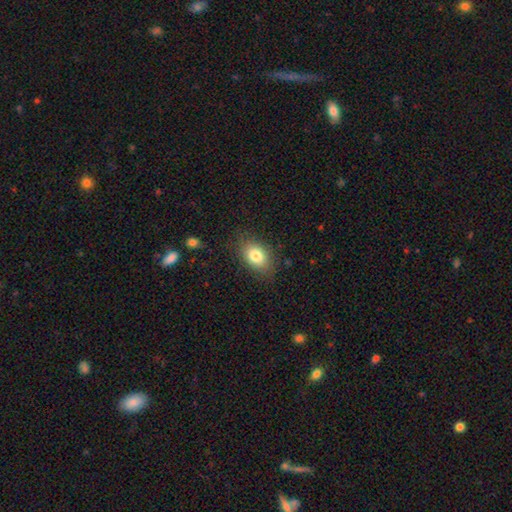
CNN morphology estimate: The model was most divided on "how rounded": in between: 81%, round: 18%, cigar-shaped: 1%. More confident: smooth or featured — smooth (82%); merging — none (81%).